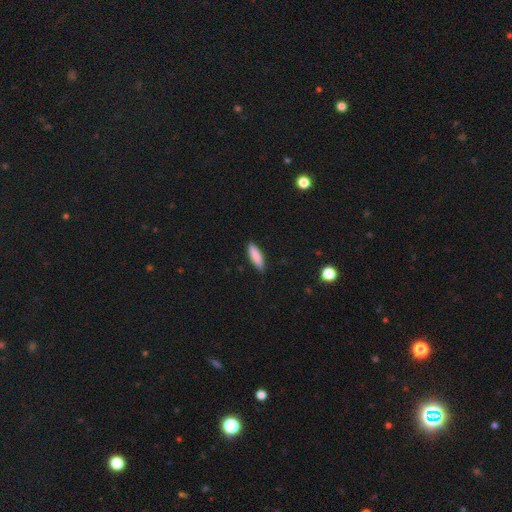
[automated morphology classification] smooth-or-featured: smooth: 85% | featured or disk: 9% | star or artifact: 6%
  how-rounded: cigar-shaped: 62% | in between: 36% | round: 2%
  merging: none: 86% | minor disturbance: 11% | major disturbance: 2% | merger: 1%